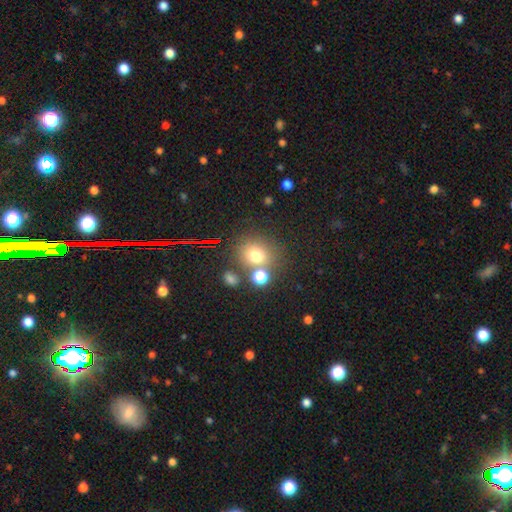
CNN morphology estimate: Smooth or featured? Predicted: smooth (p=0.70). How rounded? Predicted: round (p=0.81). Merging? Predicted: none (p=0.68).